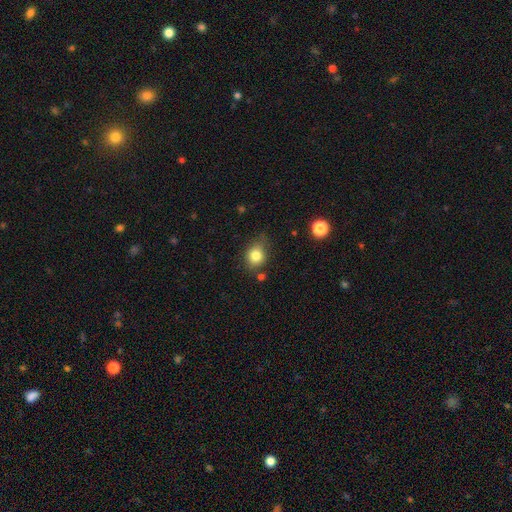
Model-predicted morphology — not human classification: Smooth or featured?
  - smooth: 80% *
  - star or artifact: 11%
  - featured or disk: 9%
How rounded?
  - round: 62% *
  - in between: 37%
  - cigar-shaped: 1%
Merging?
  - none: 62% *
  - minor disturbance: 27%
  - major disturbance: 6%
  - merger: 5%